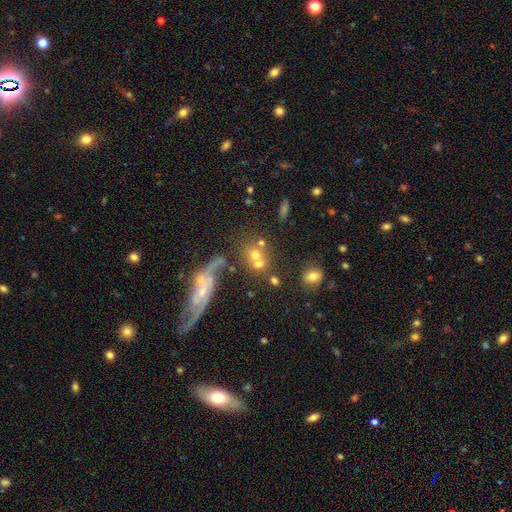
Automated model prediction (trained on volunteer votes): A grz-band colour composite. It shows a smooth galaxy with no disk features (54%) that is round (69%). Merging: merger (42%).